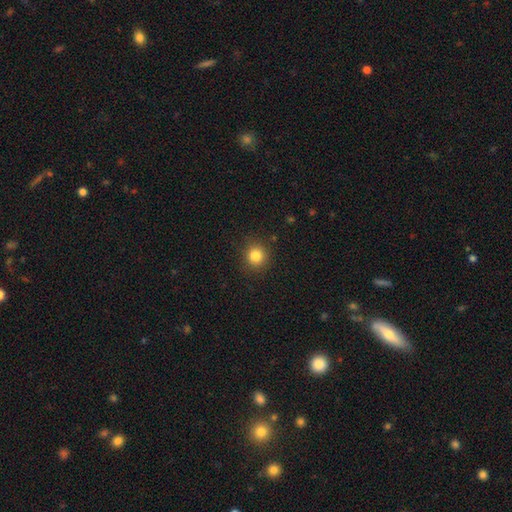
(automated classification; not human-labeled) Smooth or featured? Predicted: smooth (p=0.83). How rounded? Predicted: round (p=0.90). Merging? Predicted: none (p=0.88).